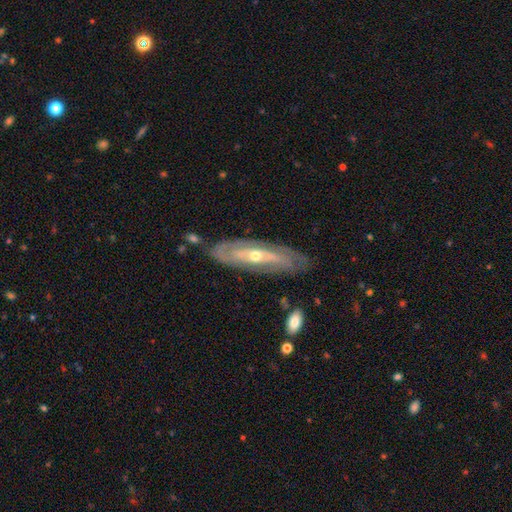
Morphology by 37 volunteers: type=featured or disk (76%); edge-on=no (75%); bar=no (86%); spiral arms=yes (76%); winding=tight (81%); arm count=2 (38%, tied with can't tell); bulge=moderate (52%); merging=none (80%).